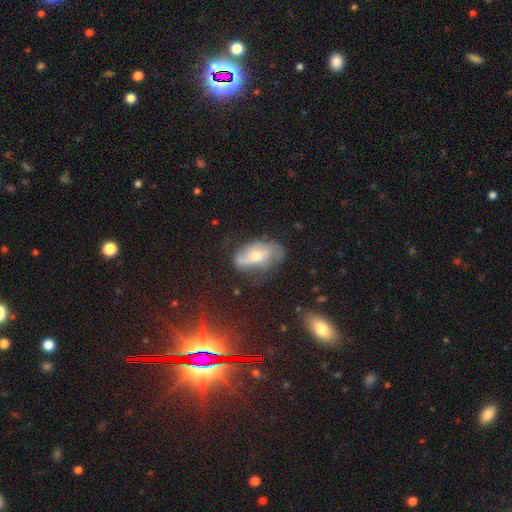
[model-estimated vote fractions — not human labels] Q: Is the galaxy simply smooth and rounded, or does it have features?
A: featured or disk — 60%.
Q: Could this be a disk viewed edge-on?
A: no — 91%.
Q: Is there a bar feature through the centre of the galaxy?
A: no — 54%.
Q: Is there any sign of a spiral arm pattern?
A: yes — 76%.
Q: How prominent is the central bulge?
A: moderate — 61%.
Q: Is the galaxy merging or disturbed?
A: none — 55%.